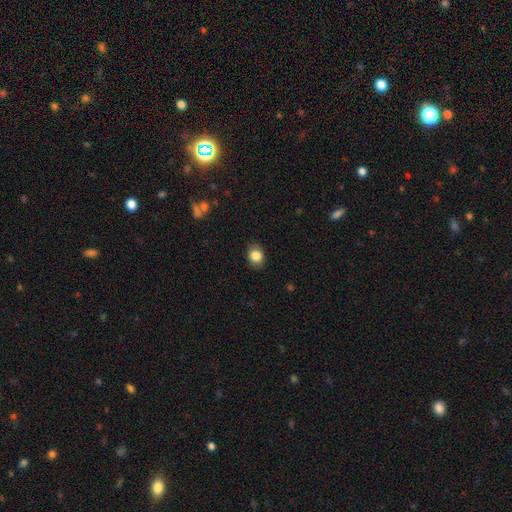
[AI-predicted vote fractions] Q: Smooth or featured?
A: smooth (85%); runner-up: star or artifact (9%)
Q: How rounded?
A: round (50%); runner-up: in between (49%)
Q: Merging?
A: none (83%); runner-up: minor disturbance (13%)